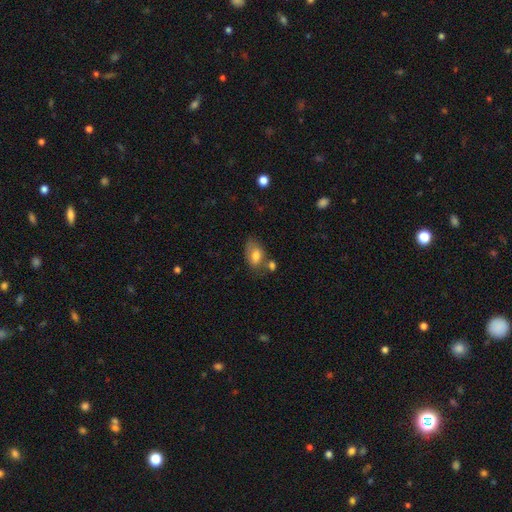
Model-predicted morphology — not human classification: Q: Smooth or featured?
A: smooth (72%); runner-up: featured or disk (20%)
Q: How rounded?
A: in between (88%); runner-up: round (10%)
Q: Merging?
A: none (51%); runner-up: minor disturbance (24%)